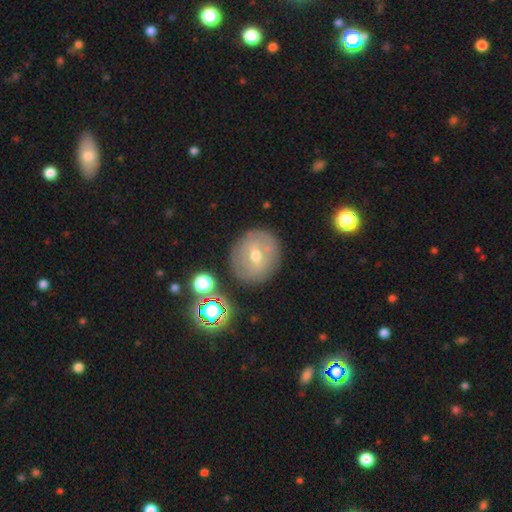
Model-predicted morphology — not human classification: Smooth or featured? Predicted: smooth (p=0.44, tied with featured or disk). Merging? Predicted: none (p=0.82).